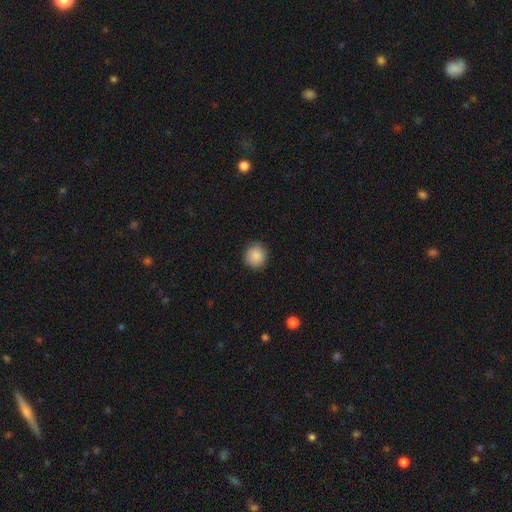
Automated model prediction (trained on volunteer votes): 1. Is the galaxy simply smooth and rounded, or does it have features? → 88% smooth, 8% star or artifact, 3% featured or disk.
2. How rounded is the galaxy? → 92% round, 7% in between, 1% cigar-shaped.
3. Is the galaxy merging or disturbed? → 89% none, 8% minor disturbance, 2% major disturbance, 1% merger.